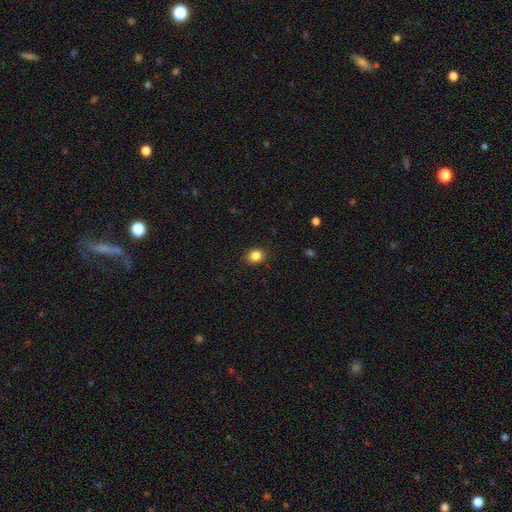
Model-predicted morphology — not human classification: smooth-or-featured: smooth: 85% | star or artifact: 10% | featured or disk: 5%
  how-rounded: round: 62% | in between: 37% | cigar-shaped: 1%
  merging: none: 88% | minor disturbance: 9% | major disturbance: 2% | merger: 1%